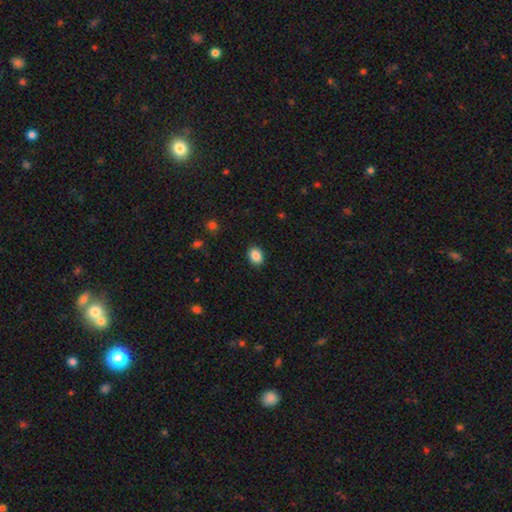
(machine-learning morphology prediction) smooth-or-featured: smooth: 88% | star or artifact: 9% | featured or disk: 4%
  how-rounded: in between: 59% | round: 40% | cigar-shaped: 1%
  merging: none: 90% | minor disturbance: 7% | major disturbance: 2% | merger: 1%